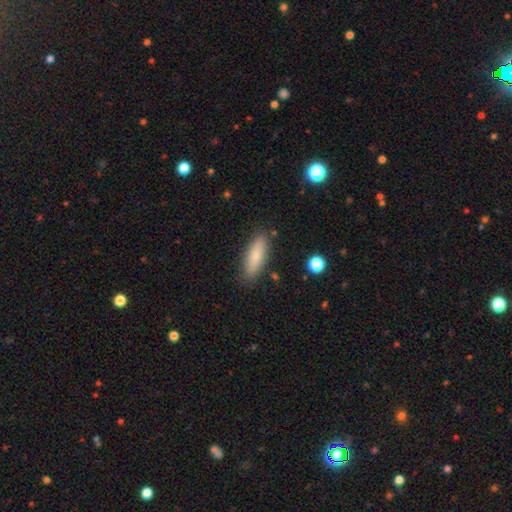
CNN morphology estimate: Smooth or featured? Predicted: smooth (p=0.82). How rounded? Predicted: in between (p=0.51). Merging? Predicted: none (p=0.85).